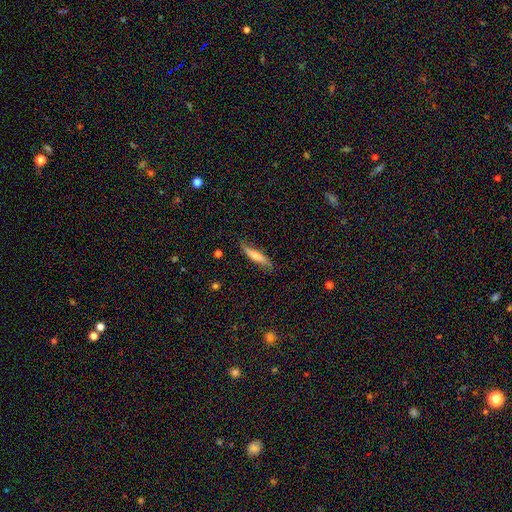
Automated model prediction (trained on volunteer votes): smooth-or-featured: smooth: 59% | featured or disk: 35% | star or artifact: 6%
  how-rounded: cigar-shaped: 84% | in between: 14% | round: 2%
  merging: none: 73% | minor disturbance: 21% | major disturbance: 4% | merger: 2%